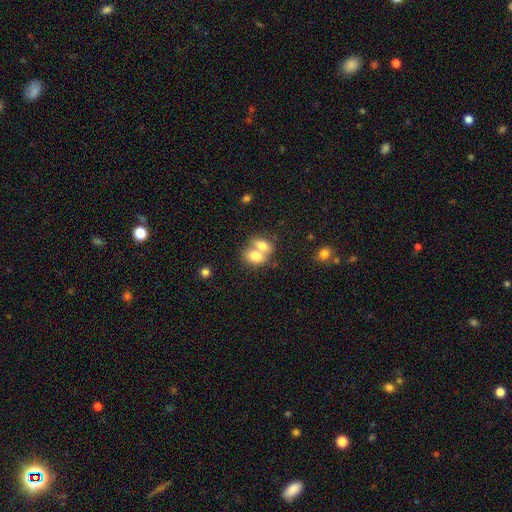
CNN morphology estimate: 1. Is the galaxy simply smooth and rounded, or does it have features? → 75% smooth, 17% featured or disk, 7% star or artifact.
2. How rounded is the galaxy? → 79% in between, 18% round, 2% cigar-shaped.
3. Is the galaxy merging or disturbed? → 71% merger, 20% none, 6% minor disturbance, 3% major disturbance.